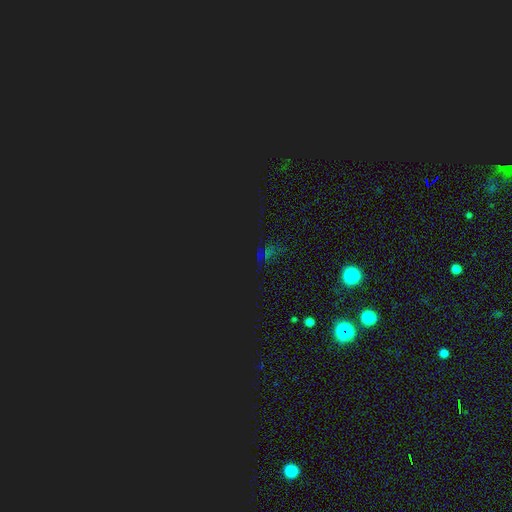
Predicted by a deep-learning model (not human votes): This is likely a star or artifact rather than a galaxy (75%).